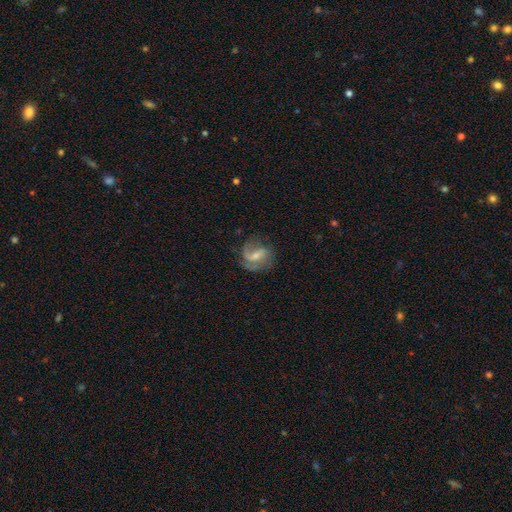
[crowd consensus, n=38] Overall: featured or disk (84%). Edge-on disk: no (97%). Bar: weak (58%; no 23%). Spiral arms: yes (97%). Spiral arm count: 2 (60%; 1 30%). Spiral winding: loose (53%; medium 40%). Bulge size: small (65%; moderate 32%). Merging: none (58%; minor disturbance 28%).